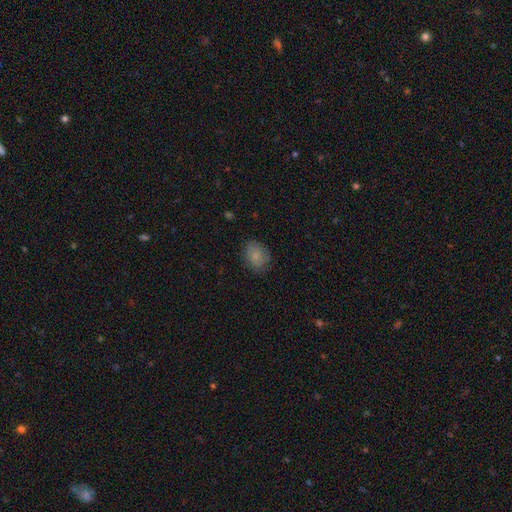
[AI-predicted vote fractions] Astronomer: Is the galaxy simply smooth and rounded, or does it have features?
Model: smooth — 82%.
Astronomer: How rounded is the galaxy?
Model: in between — 51% (runner-up: round, 48%).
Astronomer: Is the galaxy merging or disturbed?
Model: none — 79%.